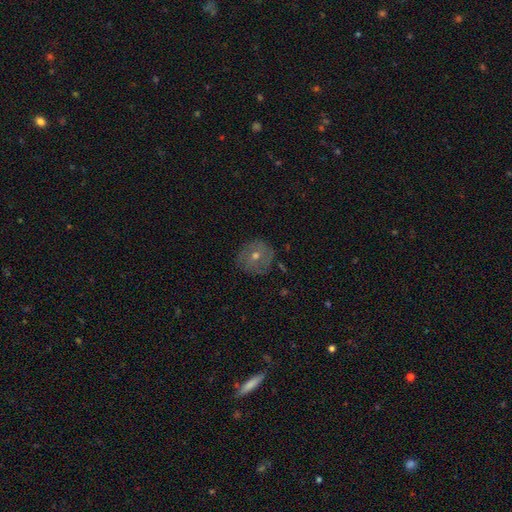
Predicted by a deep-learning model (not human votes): Morphology: type=featured or disk (44%); merging=none (82%).